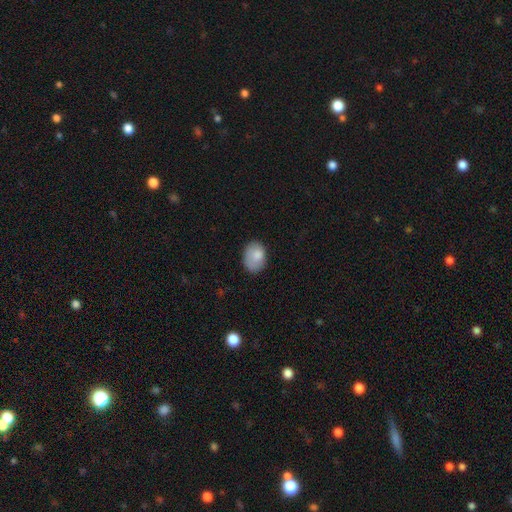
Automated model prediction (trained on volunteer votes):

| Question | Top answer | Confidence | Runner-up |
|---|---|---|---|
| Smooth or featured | smooth | 83% | featured or disk (10%) |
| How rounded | in between | 78% | round (21%) |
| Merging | none | 67% | minor disturbance (24%) |